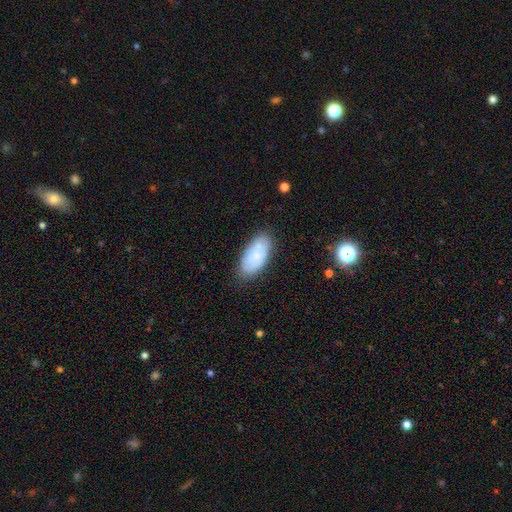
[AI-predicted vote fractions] Q: Smooth or featured?
A: smooth (68%); runner-up: featured or disk (24%)
Q: How rounded?
A: in between (93%); runner-up: cigar-shaped (4%)
Q: Merging?
A: none (76%); runner-up: minor disturbance (17%)